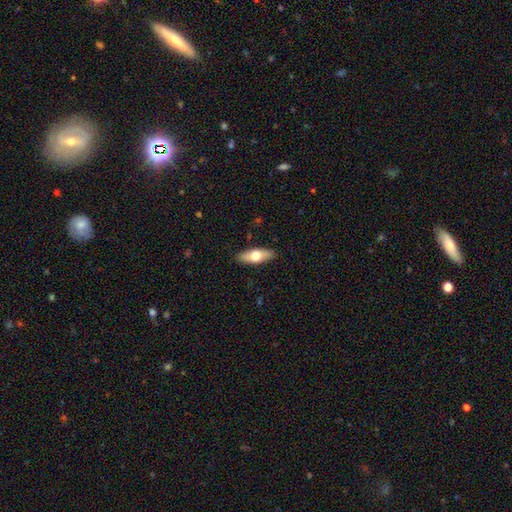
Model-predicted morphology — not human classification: Smooth or featured?
  - smooth: 61% *
  - featured or disk: 33%
  - star or artifact: 6%
How rounded?
  - in between: 72% *
  - cigar-shaped: 25%
  - round: 3%
Merging?
  - none: 88% *
  - minor disturbance: 9%
  - major disturbance: 2%
  - merger: 1%